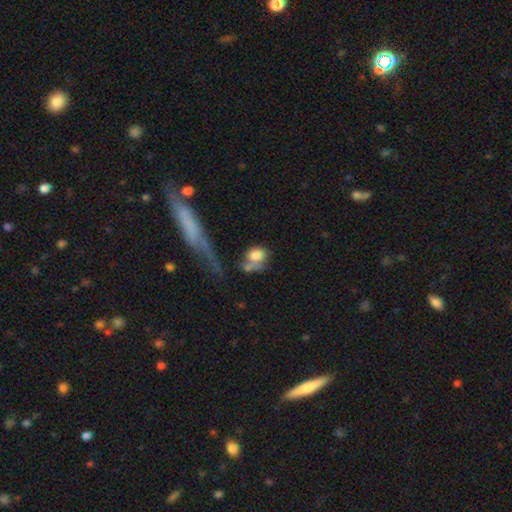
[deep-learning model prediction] This appears to be a smooth galaxy with no disk features (71%) that is in between round and cigar-shaped (58%). Merging: merger (34%).